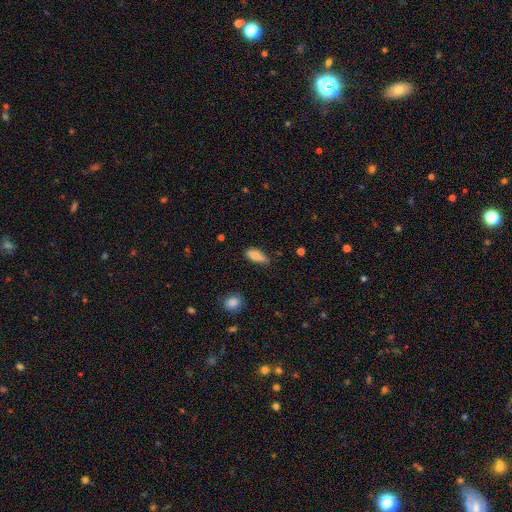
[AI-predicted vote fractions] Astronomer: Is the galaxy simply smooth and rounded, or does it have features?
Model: smooth — 86%.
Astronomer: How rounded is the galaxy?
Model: in between — 81%.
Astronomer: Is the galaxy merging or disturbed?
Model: none — 64%.